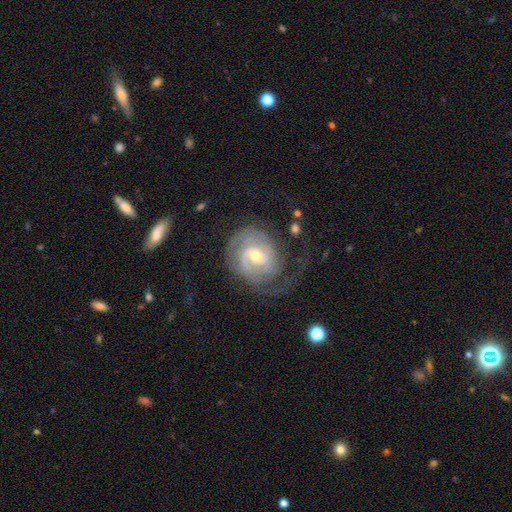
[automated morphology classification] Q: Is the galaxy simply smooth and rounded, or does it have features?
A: featured or disk — 89%.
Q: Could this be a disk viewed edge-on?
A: no — 98%.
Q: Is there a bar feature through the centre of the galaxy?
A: no — 52%.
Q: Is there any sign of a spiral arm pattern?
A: yes — 97%.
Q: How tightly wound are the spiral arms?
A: tight — 67%.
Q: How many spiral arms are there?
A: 2 — 47%.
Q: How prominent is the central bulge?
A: moderate — 48%, tied with small.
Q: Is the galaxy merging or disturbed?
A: none — 54%.